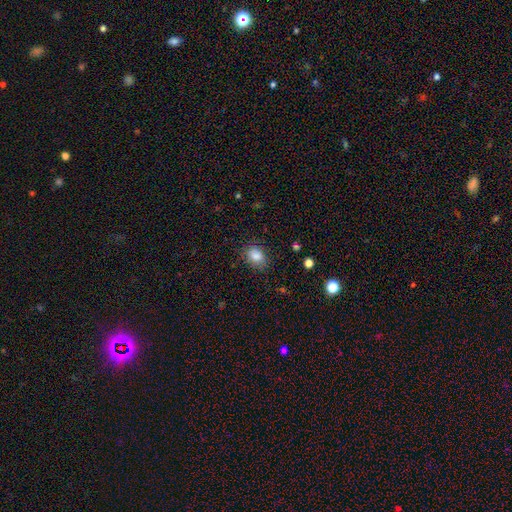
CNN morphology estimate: Smooth or featured: smooth — 85% (star or artifact — 9%)
How rounded: in between — 73% (round — 25%)
Merging: none — 80% (minor disturbance — 15%)